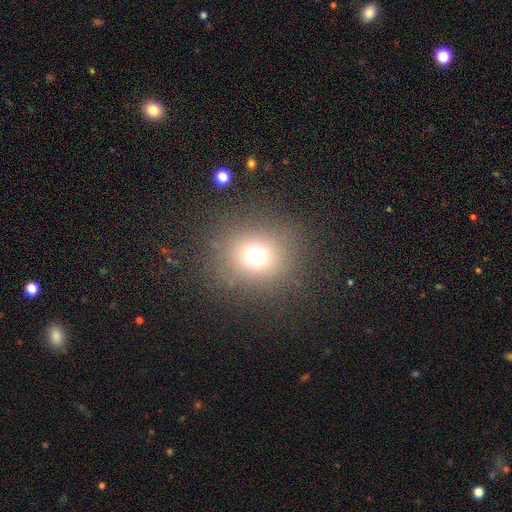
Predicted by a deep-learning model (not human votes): smooth-or-featured: smooth: 67% | star or artifact: 24% | featured or disk: 9%
  how-rounded: round: 82% | in between: 16% | cigar-shaped: 1%
  merging: none: 83% | minor disturbance: 9% | major disturbance: 6% | merger: 2%